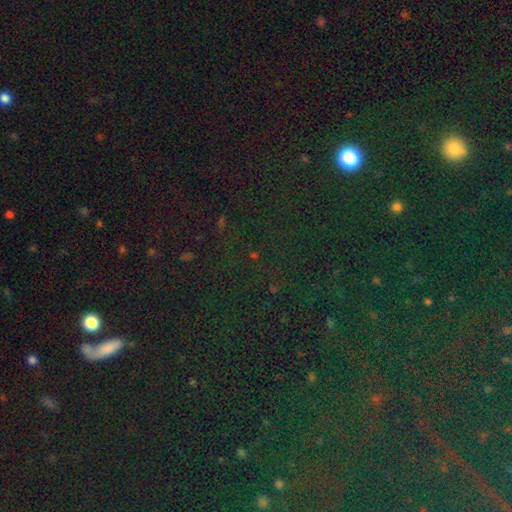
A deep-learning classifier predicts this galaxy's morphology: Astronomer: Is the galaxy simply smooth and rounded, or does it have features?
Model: star or artifact — 76%.